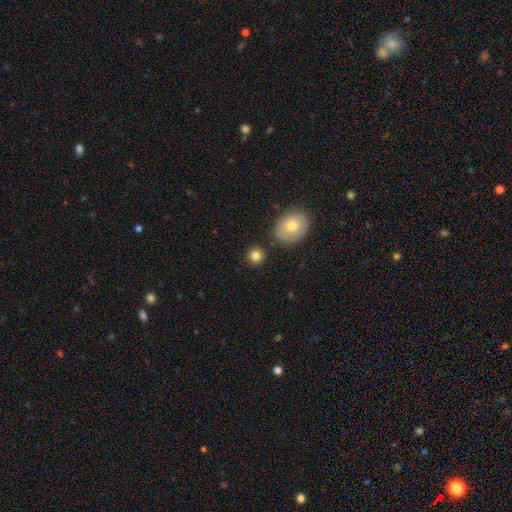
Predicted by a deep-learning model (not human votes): Q: Smooth or featured?
A: smooth (82%); runner-up: star or artifact (10%)
Q: How rounded?
A: round (90%); runner-up: in between (9%)
Q: Merging?
A: none (85%); runner-up: minor disturbance (8%)